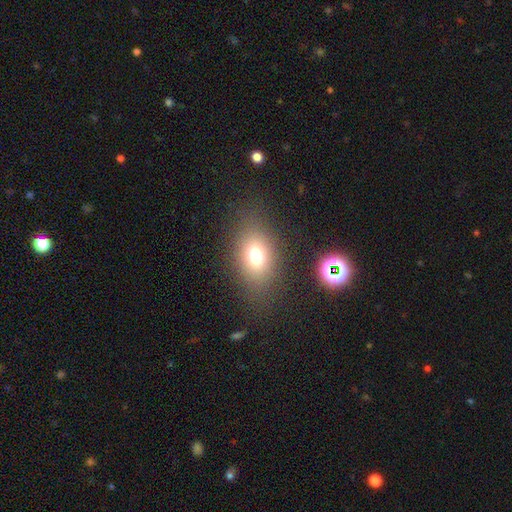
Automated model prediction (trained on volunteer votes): smooth-or-featured: smooth: 72% | star or artifact: 15% | featured or disk: 13%
  how-rounded: in between: 73% | round: 26% | cigar-shaped: 2%
  merging: none: 79% | minor disturbance: 12% | major disturbance: 7% | merger: 3%